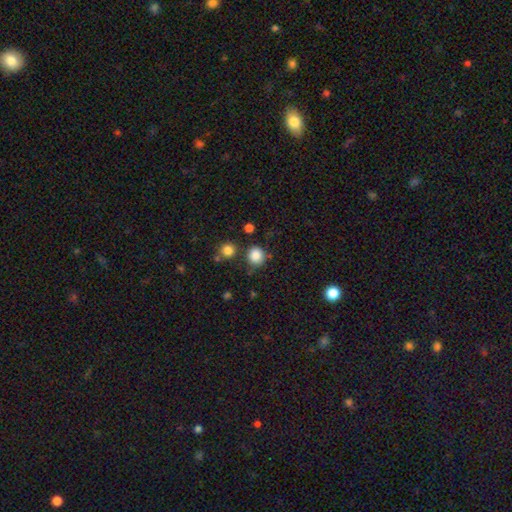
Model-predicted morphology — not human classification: Overall: smooth (85%). How rounded: round (89%). Merging: none (79%).